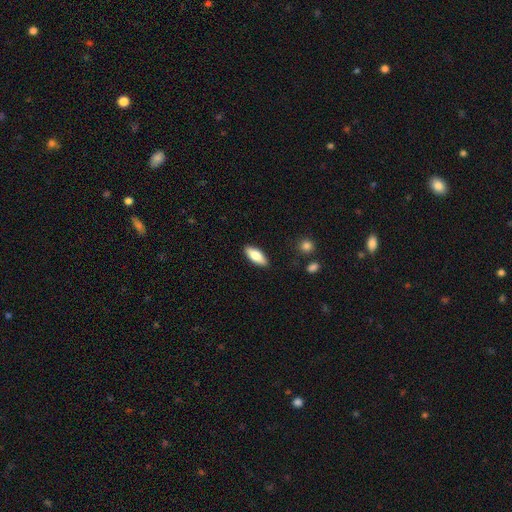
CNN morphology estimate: smooth 78%, featured or disk 16%, star or artifact 6%. Down the decision tree: how rounded — in between (73%); merging — none (88%).